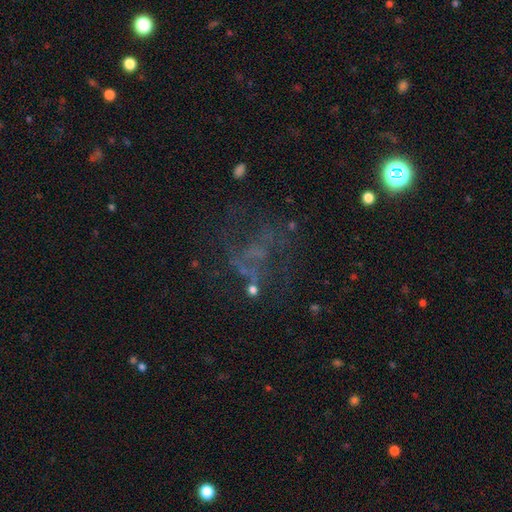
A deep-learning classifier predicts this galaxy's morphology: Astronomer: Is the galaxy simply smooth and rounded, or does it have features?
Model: star or artifact — 41%, tied with featured or disk at 41%.